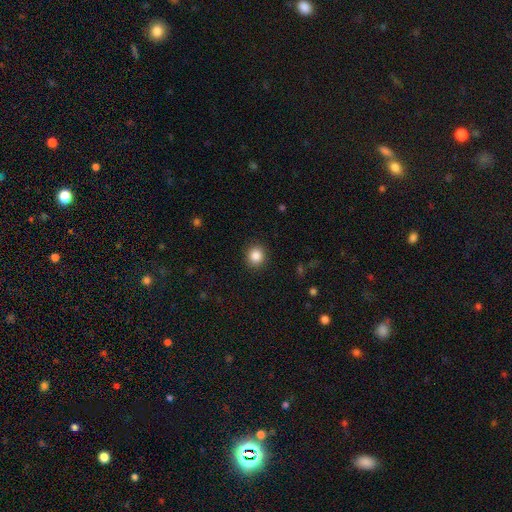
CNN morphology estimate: Q: Smooth or featured?
A: smooth (86%); runner-up: star or artifact (10%)
Q: How rounded?
A: round (88%); runner-up: in between (11%)
Q: Merging?
A: none (91%); runner-up: minor disturbance (6%)